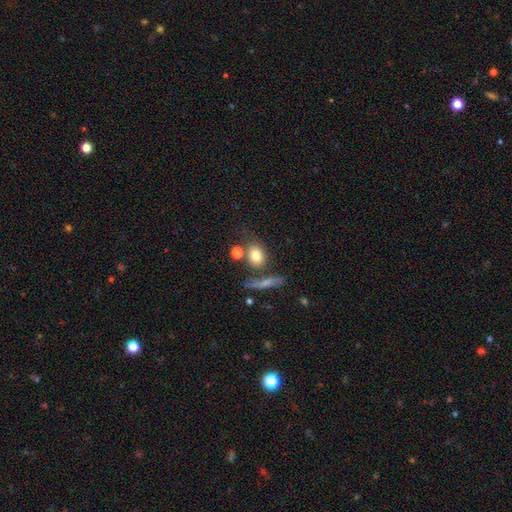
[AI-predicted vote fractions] A smooth galaxy with no disk features (78%) that is round (50%). Merging: none (62%).